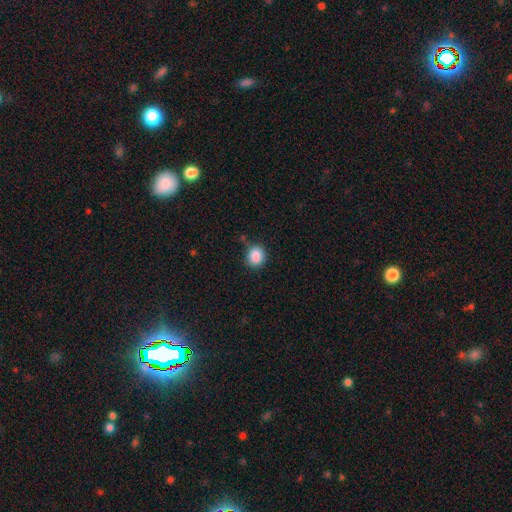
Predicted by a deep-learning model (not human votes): This appears to be a smooth galaxy with no disk features (87%) that is round (76%). Merging: none (78%).